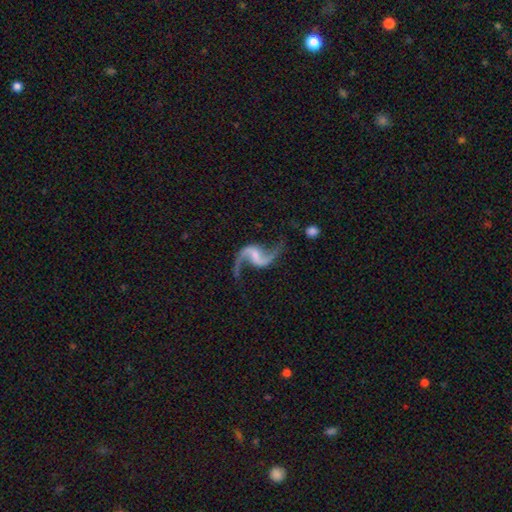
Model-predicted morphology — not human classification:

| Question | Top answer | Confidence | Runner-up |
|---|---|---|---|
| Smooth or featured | featured or disk | 92% | star or artifact (4%) |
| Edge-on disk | no | 98% | yes (2%) |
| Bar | weak | 48% | no (27%) |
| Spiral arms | yes | 98% | no (2%) |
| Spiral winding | loose | 84% | medium (13%) |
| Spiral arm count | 2 | 94% | 1 (2%) |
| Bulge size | small | 42% | none (32%) |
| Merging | none | 75% | minor disturbance (13%) |